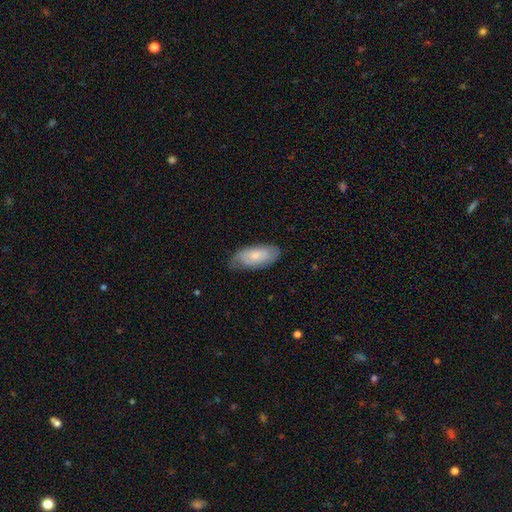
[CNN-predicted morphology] smooth-or-featured: smooth: 60% | featured or disk: 34% | star or artifact: 6%
  how-rounded: in between: 90% | cigar-shaped: 8% | round: 2%
  merging: none: 69% | minor disturbance: 25% | major disturbance: 6% | merger: 1%